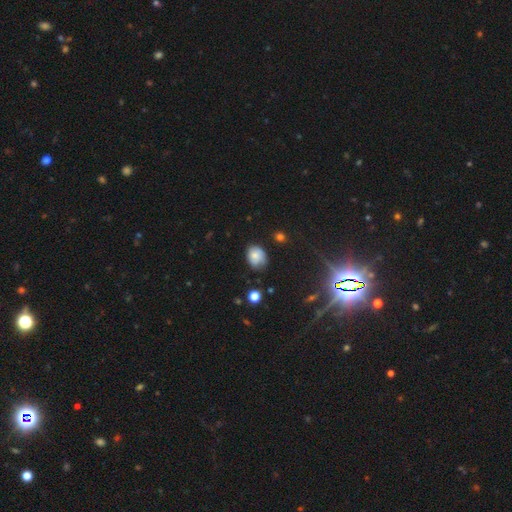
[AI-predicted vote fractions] This appears to be a smooth galaxy with no disk features (74%) that is in between round and cigar-shaped (55%). Merging: none (54%).